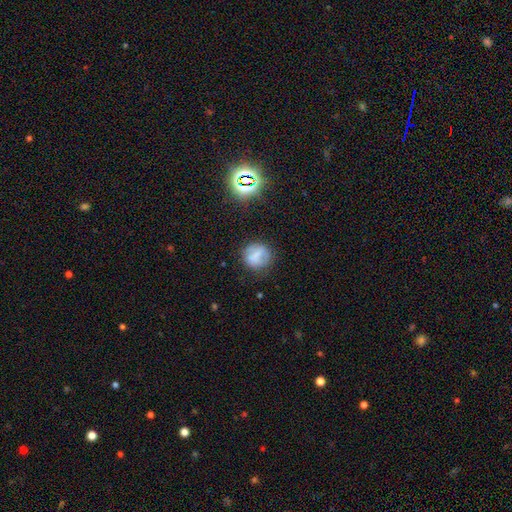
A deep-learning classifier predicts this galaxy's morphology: smooth 67%, featured or disk 22%, star or artifact 12%. Down the decision tree: how rounded — round (80%); merging — none (73%).